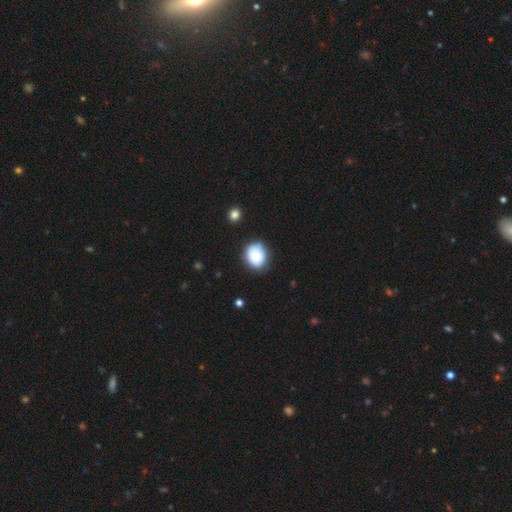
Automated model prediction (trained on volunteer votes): This appears to be a smooth galaxy with no disk features (82%) that is round (58%). Merging: none (75%).